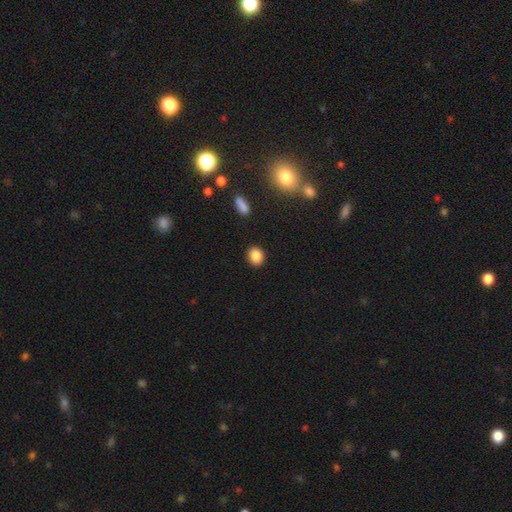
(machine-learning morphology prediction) smooth-or-featured: smooth: 86% | star or artifact: 10% | featured or disk: 4%
  how-rounded: round: 71% | in between: 27% | cigar-shaped: 1%
  merging: none: 90% | minor disturbance: 6% | major disturbance: 2% | merger: 1%